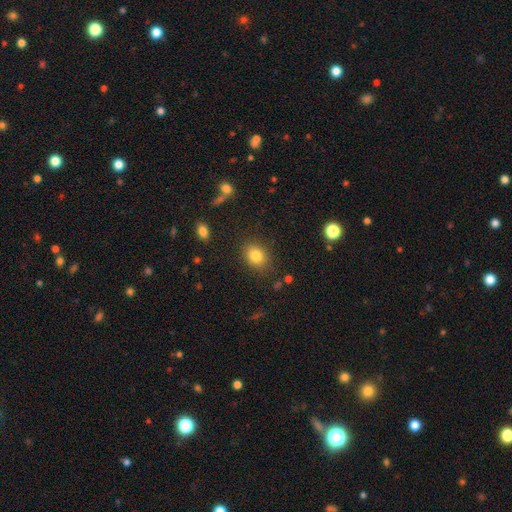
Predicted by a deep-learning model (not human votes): Overall: smooth (83%). How rounded: round (52%; in between 47%). Merging: none (85%).